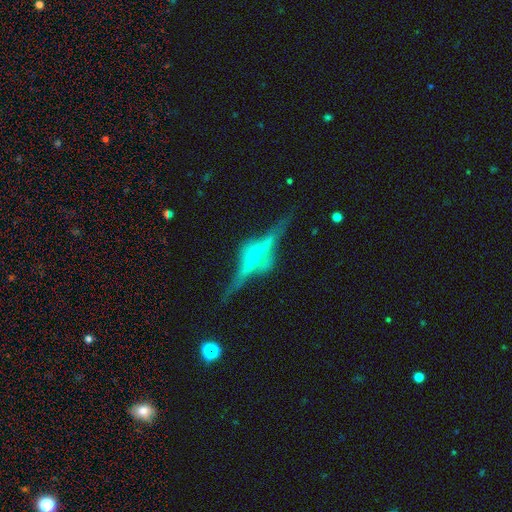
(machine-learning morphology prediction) Overall: featured or disk (82%). Edge-on disk: yes (95%). Edge-on bulge: rounded (64%). Merging: none (74%).